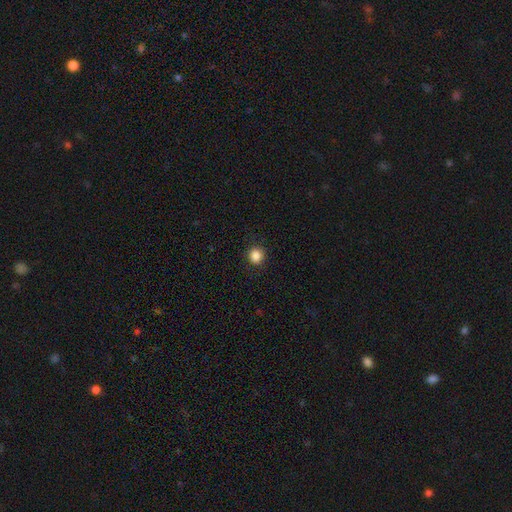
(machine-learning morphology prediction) Smooth or featured? smooth (86%)
How rounded? round (91%)
Merging? none (91%)